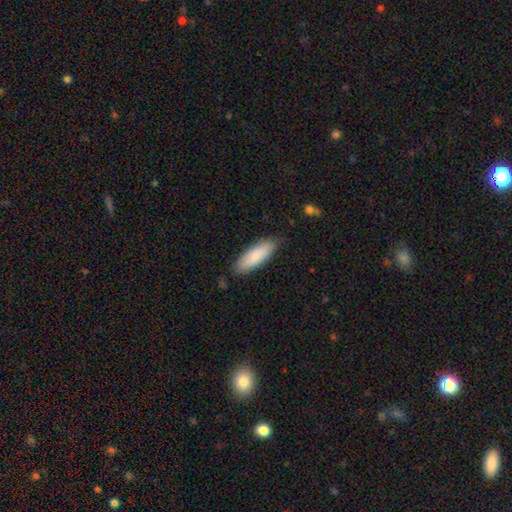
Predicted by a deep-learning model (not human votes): Smooth or featured?
  - smooth: 86% *
  - featured or disk: 9%
  - star or artifact: 5%
How rounded?
  - in between: 55% *
  - cigar-shaped: 44%
  - round: 1%
Merging?
  - none: 84% *
  - minor disturbance: 12%
  - major disturbance: 2%
  - merger: 1%